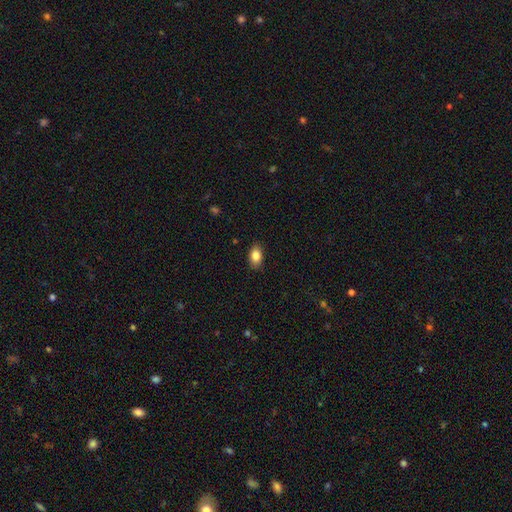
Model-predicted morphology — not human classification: A smooth galaxy with no disk features (84%) that is in between round and cigar-shaped (86%).

Vote fractions:
- Smooth or featured? smooth: 84% / star or artifact: 8% / featured or disk: 8%
- How rounded? in between: 86% / round: 13% / cigar-shaped: 2%
- Merging? none: 87% / minor disturbance: 10% / major disturbance: 2% / merger: 1%